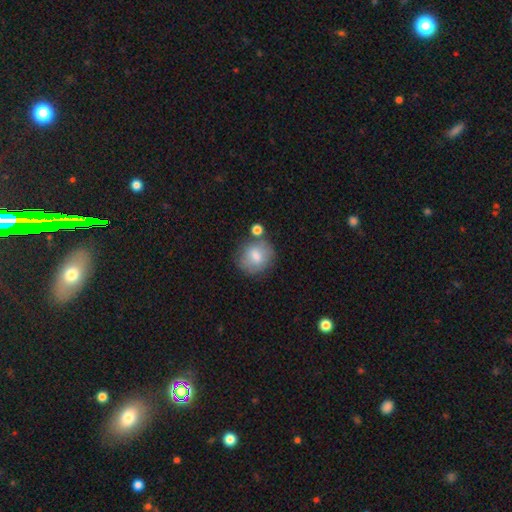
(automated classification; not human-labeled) smooth 73%, featured or disk 19%, star or artifact 8%. Down the decision tree: how rounded — round (75%); merging — none (63%).